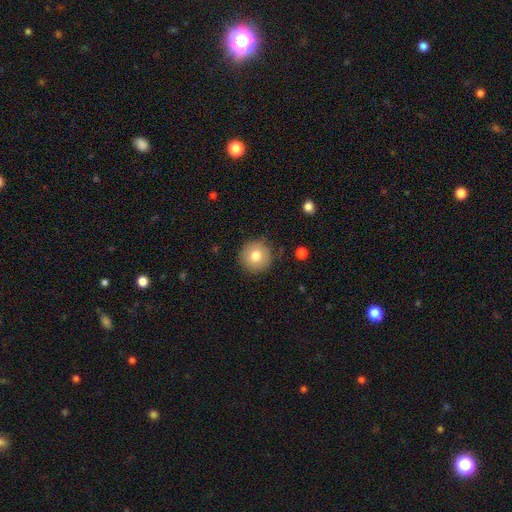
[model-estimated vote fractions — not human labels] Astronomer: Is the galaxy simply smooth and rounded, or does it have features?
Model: smooth — 77%.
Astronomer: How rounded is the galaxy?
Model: round — 96%.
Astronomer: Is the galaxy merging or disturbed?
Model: none — 87%.